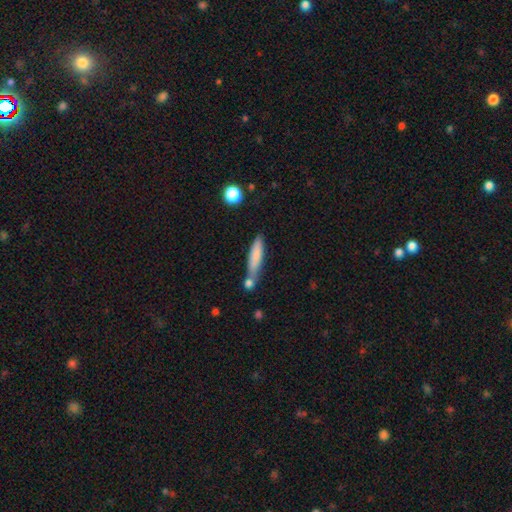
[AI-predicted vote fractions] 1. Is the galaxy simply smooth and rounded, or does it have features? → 77% smooth, 16% featured or disk, 6% star or artifact.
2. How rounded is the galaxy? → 84% cigar-shaped, 14% in between, 2% round.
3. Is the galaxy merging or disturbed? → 60% none, 18% minor disturbance, 17% merger, 5% major disturbance.